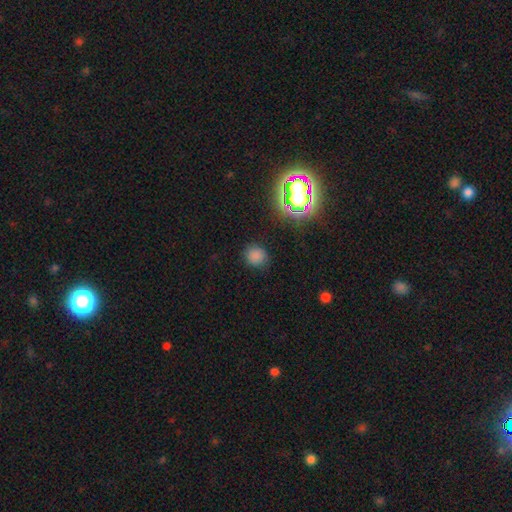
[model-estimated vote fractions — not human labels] Smooth or featured?
  - smooth: 75% *
  - star or artifact: 20%
  - featured or disk: 5%
How rounded?
  - round: 85% *
  - in between: 14%
  - cigar-shaped: 1%
Merging?
  - none: 85% *
  - minor disturbance: 10%
  - major disturbance: 3%
  - merger: 1%